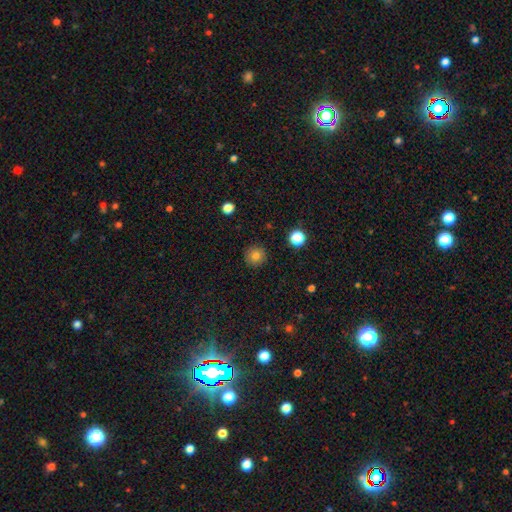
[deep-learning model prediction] Morphology: type=smooth (82%); roundness=round (95%); merging=none (91%).